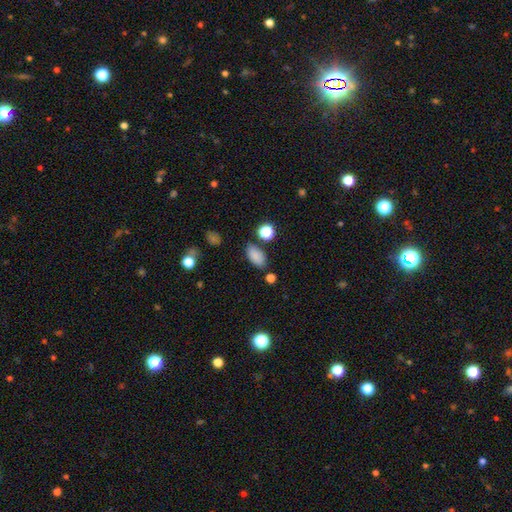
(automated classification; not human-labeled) smooth_or_featured: smooth (p=0.83) [alt: star or artifact p=0.12]
how_rounded: in between (p=0.91) [alt: round p=0.07]
merging: none (p=0.77) [alt: minor disturbance p=0.13]